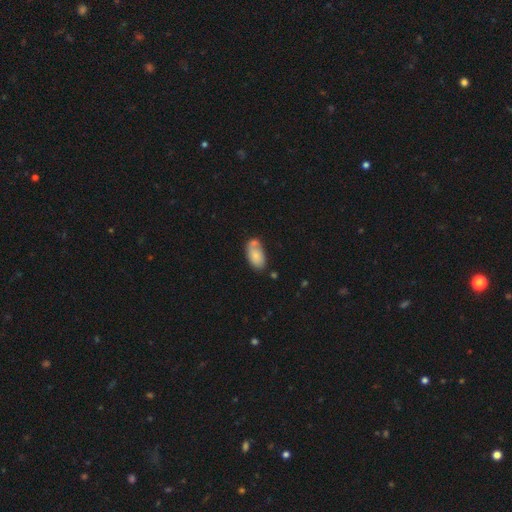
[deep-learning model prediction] This is likely a smooth galaxy (75%). How rounded: clearly in between (94%). Merging: possibly none (47%).